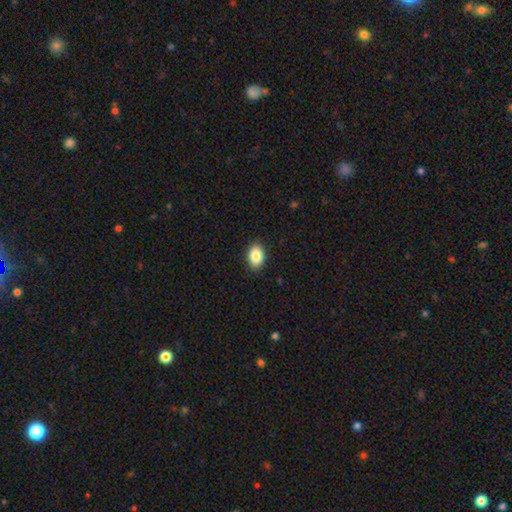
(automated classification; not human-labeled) Smooth or featured: smooth — 87% (star or artifact — 8%)
How rounded: in between — 86% (round — 13%)
Merging: none — 88% (minor disturbance — 9%)